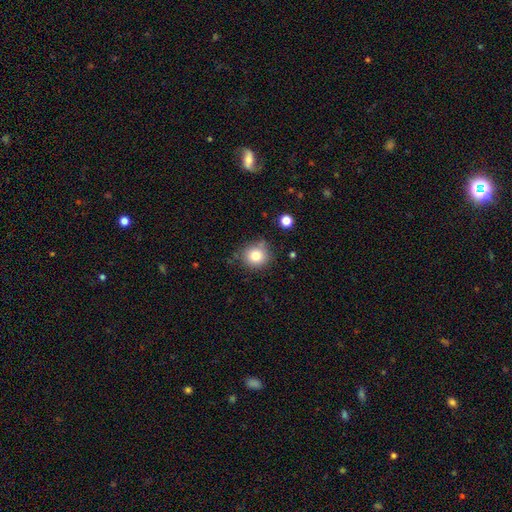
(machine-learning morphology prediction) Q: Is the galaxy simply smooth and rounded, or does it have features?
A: smooth — 81%.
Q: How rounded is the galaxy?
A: round — 86%.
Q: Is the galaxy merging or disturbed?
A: none — 76%.